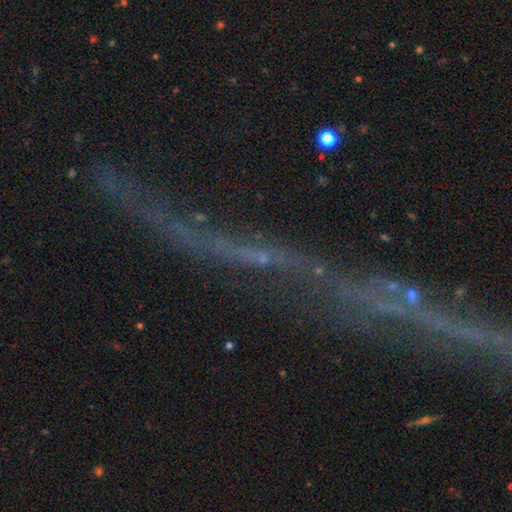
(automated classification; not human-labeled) This appears to be a featured or disk galaxy (52%). Merging: none (40%).